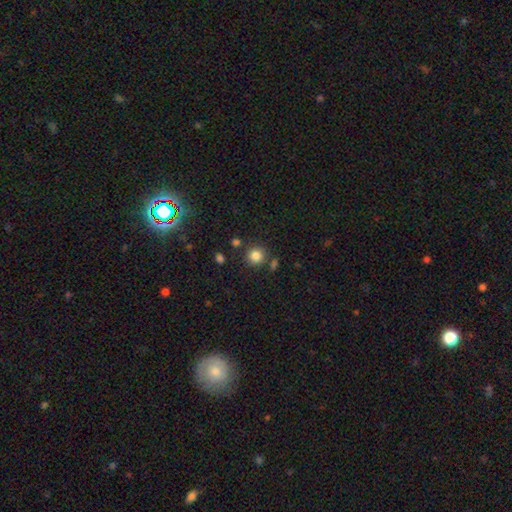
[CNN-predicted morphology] Q: Smooth or featured?
A: smooth (83%); runner-up: star or artifact (12%)
Q: How rounded?
A: round (91%); runner-up: in between (8%)
Q: Merging?
A: none (82%); runner-up: minor disturbance (8%)